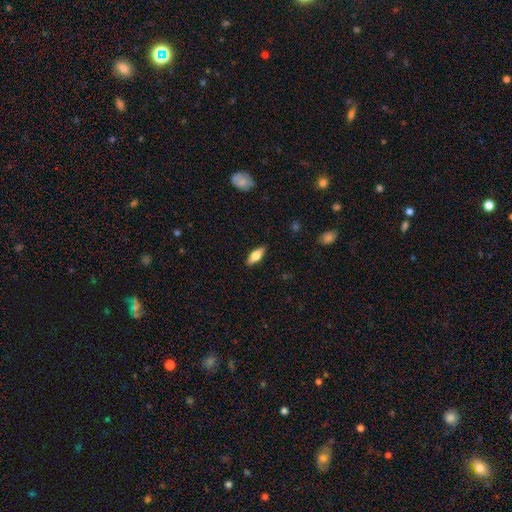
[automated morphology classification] A smooth galaxy with no disk features (63%) that is in between round and cigar-shaped (69%).

Vote fractions:
- Smooth or featured? smooth: 63% / featured or disk: 30% / star or artifact: 6%
- How rounded? in between: 69% / cigar-shaped: 28% / round: 3%
- Merging? none: 89% / minor disturbance: 8% / major disturbance: 2% / merger: 1%